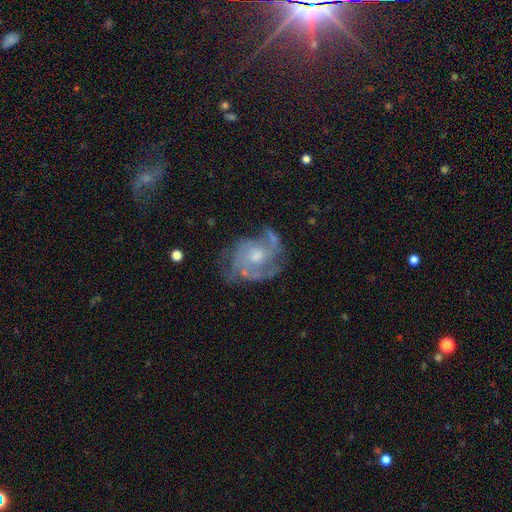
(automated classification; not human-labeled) Smooth or featured: featured or disk — 79% (smooth — 13%)
Edge-on disk: no — 97% (yes — 3%)
Bar: no — 77% (weak — 20%)
Spiral arms: yes — 83% (no — 17%)
Spiral winding: tight — 43% (medium — 41%)
Spiral arm count: can't tell — 35% (3 — 25%)
Bulge size: moderate — 58% (small — 33%)
Merging: none — 55% (minor disturbance — 22%)